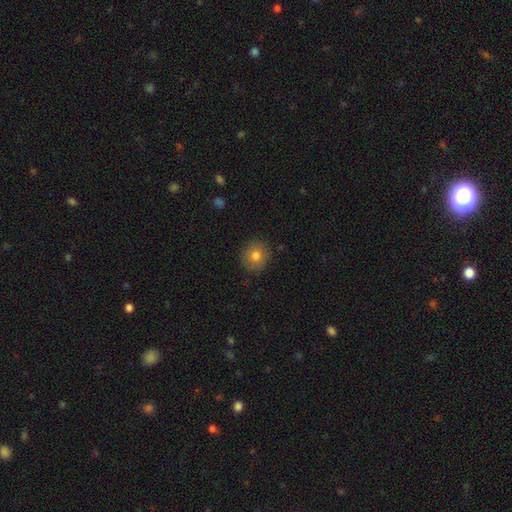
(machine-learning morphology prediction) type=smooth (80%); roundness=round (89%); merging=none (87%).